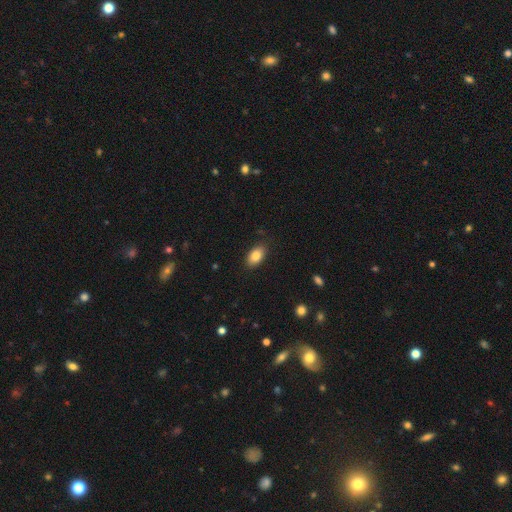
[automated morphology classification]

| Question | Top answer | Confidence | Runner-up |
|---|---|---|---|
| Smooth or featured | smooth | 84% | featured or disk (8%) |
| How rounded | in between | 92% | round (6%) |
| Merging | none | 85% | minor disturbance (11%) |